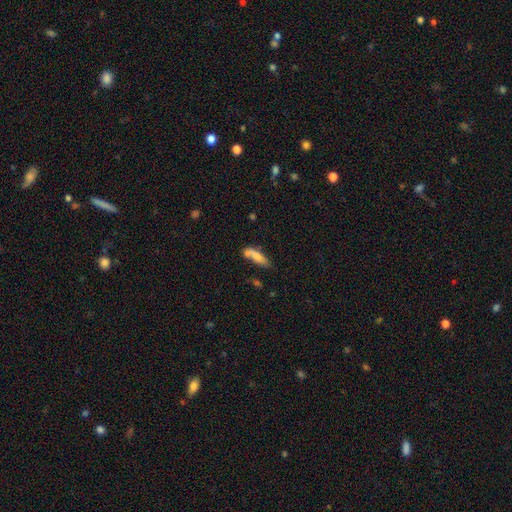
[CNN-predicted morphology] Smooth or featured? Predicted: smooth (p=0.73). How rounded? Predicted: cigar-shaped (p=0.55). Merging? Predicted: none (p=0.51).